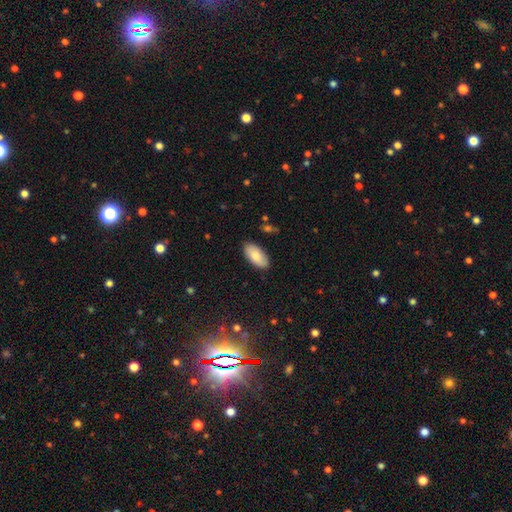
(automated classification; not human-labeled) Smooth or featured: smooth — 80% (featured or disk — 14%)
How rounded: in between — 93% (cigar-shaped — 5%)
Merging: none — 87% (minor disturbance — 10%)